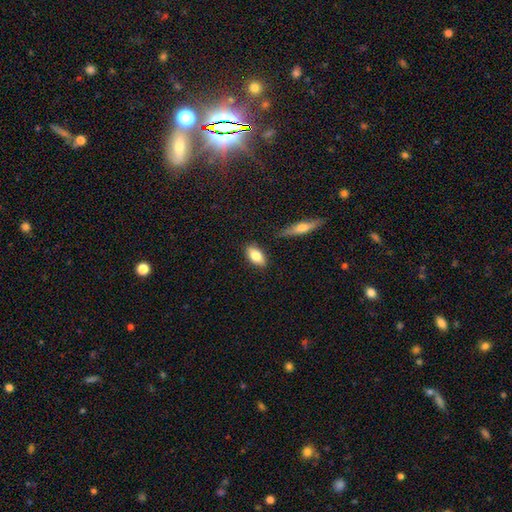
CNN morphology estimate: The model was most divided on "smooth or featured": smooth: 78%, featured or disk: 15%, star or artifact: 7%. More confident: how rounded — in between (88%); merging — none (84%).